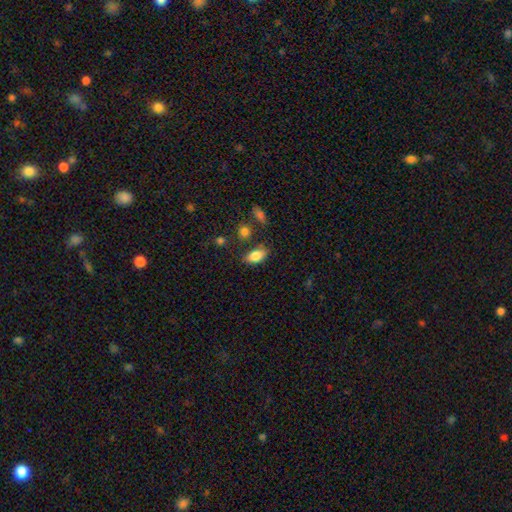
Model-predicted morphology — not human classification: Smooth or featured?
  - smooth: 83% *
  - featured or disk: 9%
  - star or artifact: 8%
How rounded?
  - in between: 89% *
  - round: 6%
  - cigar-shaped: 5%
Merging?
  - none: 70% *
  - minor disturbance: 19%
  - merger: 6%
  - major disturbance: 5%